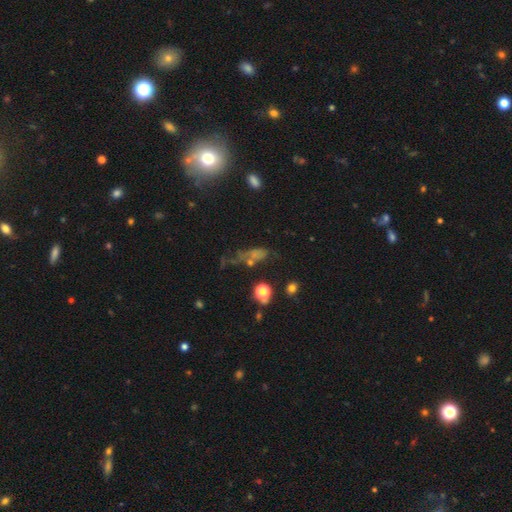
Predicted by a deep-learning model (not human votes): The model was most divided on "smooth or featured": smooth: 39%, star or artifact: 36%, featured or disk: 25%. Remaining: merging — none (49%).